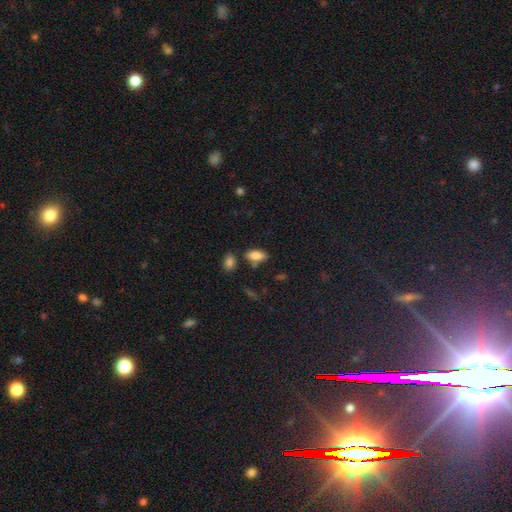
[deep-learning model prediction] Morphology: type=smooth (85%); roundness=in between (90%); merging=none (72%).